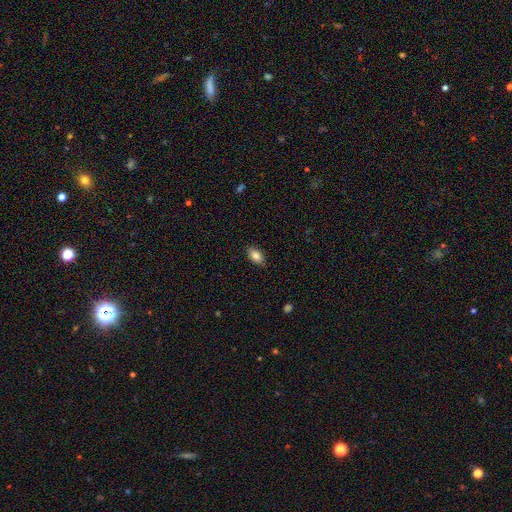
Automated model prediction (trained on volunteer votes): Morphology: type=smooth (83%); roundness=in between (89%); merging=none (85%).